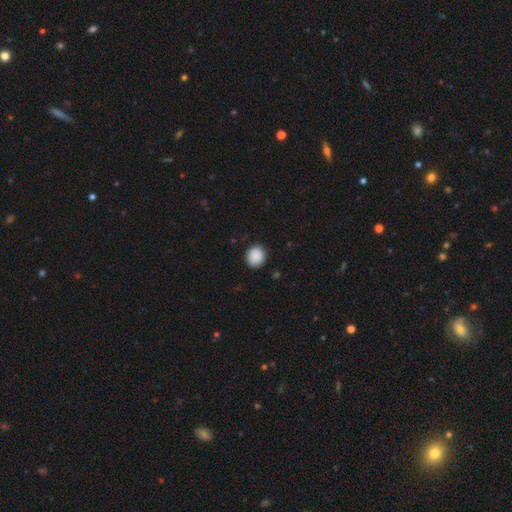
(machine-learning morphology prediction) Smooth or featured?
  - smooth: 90% *
  - star or artifact: 8%
  - featured or disk: 3%
How rounded?
  - round: 77% *
  - in between: 22%
  - cigar-shaped: 1%
Merging?
  - none: 88% *
  - minor disturbance: 9%
  - major disturbance: 2%
  - merger: 1%